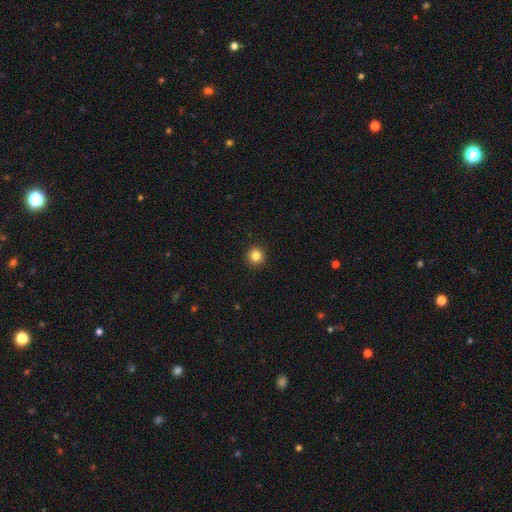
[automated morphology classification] Smooth or featured? Predicted: smooth (p=0.83). How rounded? Predicted: round (p=0.95). Merging? Predicted: none (p=0.93).